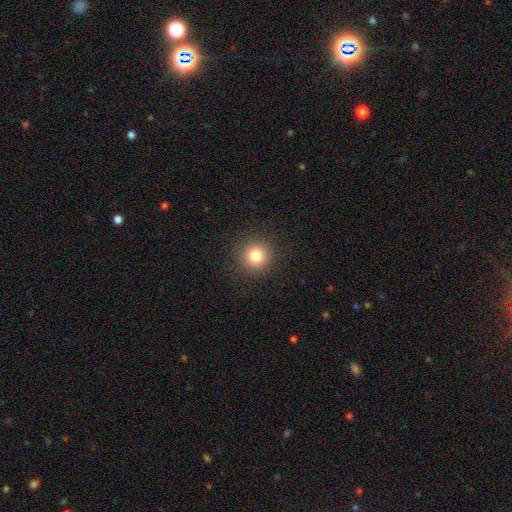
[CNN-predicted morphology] Q: Smooth or featured?
A: smooth (81%); runner-up: star or artifact (12%)
Q: How rounded?
A: round (94%); runner-up: in between (5%)
Q: Merging?
A: none (91%); runner-up: minor disturbance (6%)